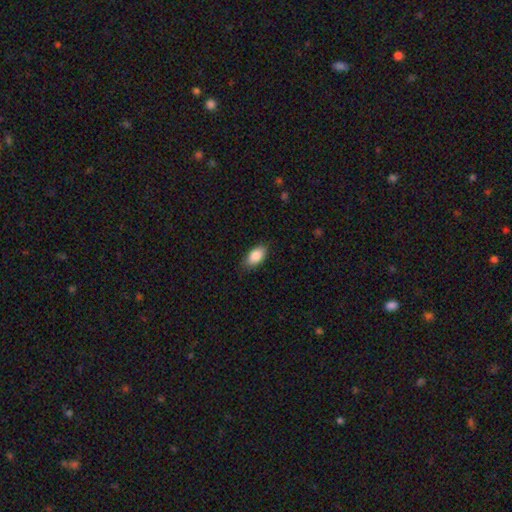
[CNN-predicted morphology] Smooth or featured?
  - smooth: 87% *
  - star or artifact: 7%
  - featured or disk: 6%
How rounded?
  - in between: 92% *
  - round: 4%
  - cigar-shaped: 3%
Merging?
  - none: 83% *
  - minor disturbance: 13%
  - major disturbance: 2%
  - merger: 1%